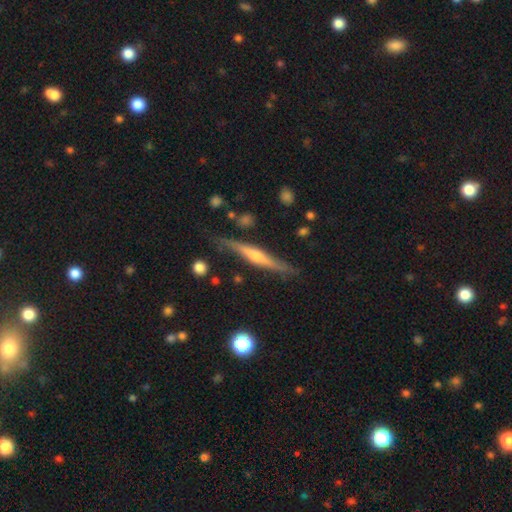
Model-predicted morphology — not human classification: Smooth or featured: featured or disk — 73% (smooth — 21%)
Edge-on disk: yes — 97% (no — 3%)
Edge-on bulge: rounded — 82% (none — 12%)
Merging: none — 82% (minor disturbance — 14%)